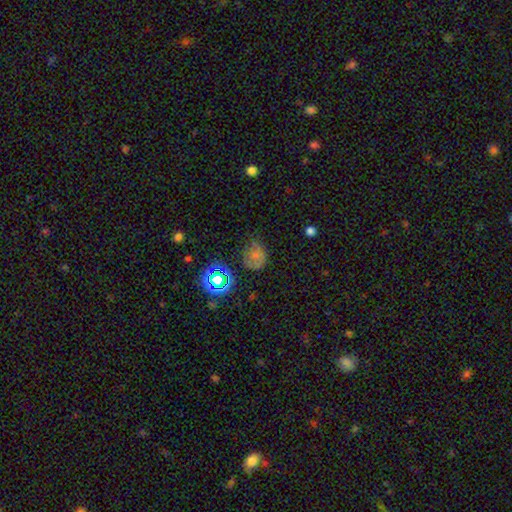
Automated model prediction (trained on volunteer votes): Overall: smooth (57%; star or artifact 25%). How rounded: round (73%). Merging: none (54%; minor disturbance 29%).